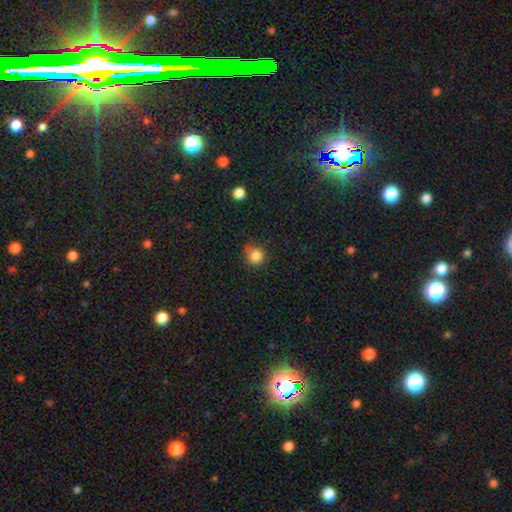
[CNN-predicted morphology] This appears to be a smooth galaxy with no disk features (84%) that is round (90%). Merging: none (72%).